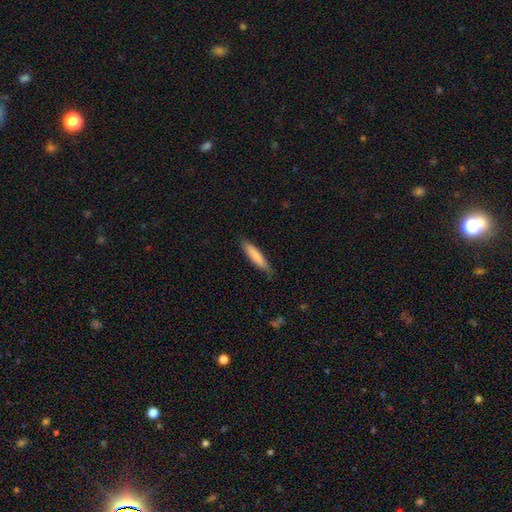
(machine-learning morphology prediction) Overall: smooth (81%). How rounded: cigar-shaped (84%). Merging: none (82%).